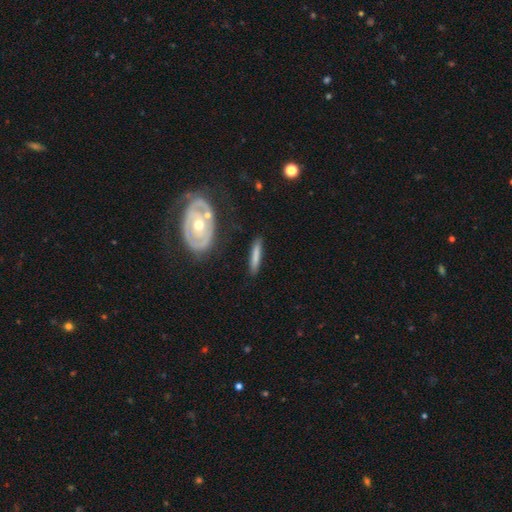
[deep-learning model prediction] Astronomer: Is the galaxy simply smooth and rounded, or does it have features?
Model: smooth — 65%.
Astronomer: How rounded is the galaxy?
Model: cigar-shaped — 88%.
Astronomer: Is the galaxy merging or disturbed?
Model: none — 84%.